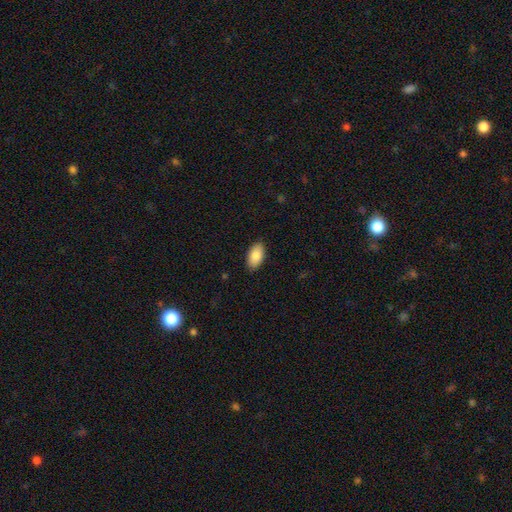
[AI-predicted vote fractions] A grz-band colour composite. It shows a smooth galaxy with no disk features (86%) that is in between round and cigar-shaped (95%). Merging: none (88%).